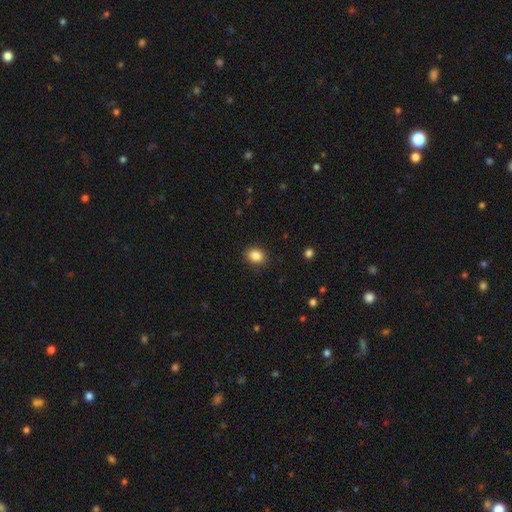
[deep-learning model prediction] A smooth galaxy with no disk features (86%) that is in between round and cigar-shaped (55%).

Vote fractions:
- Smooth or featured? smooth: 86% / star or artifact: 9% / featured or disk: 5%
- How rounded? in between: 55% / round: 44% / cigar-shaped: 1%
- Merging? none: 89% / minor disturbance: 8% / major disturbance: 2% / merger: 1%